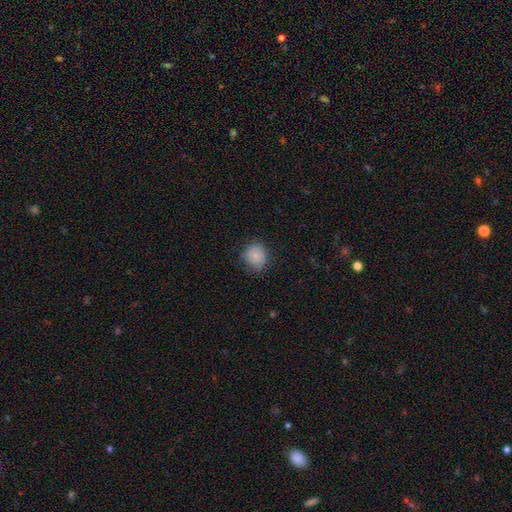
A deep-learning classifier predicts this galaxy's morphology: smooth 82%, featured or disk 10%, star or artifact 8%. Down the decision tree: how rounded — round (77%); merging — none (75%).